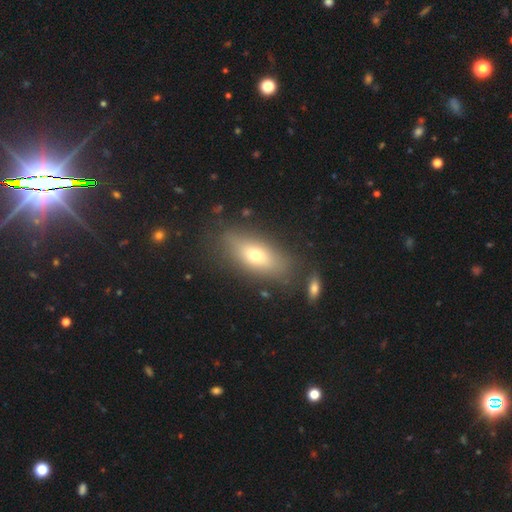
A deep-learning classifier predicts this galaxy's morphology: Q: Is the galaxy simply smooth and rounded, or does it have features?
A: smooth — 65%.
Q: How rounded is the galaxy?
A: in between — 74%.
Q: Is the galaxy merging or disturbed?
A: none — 79%.